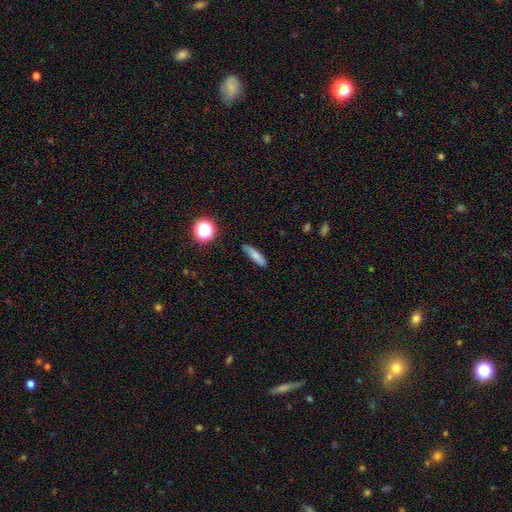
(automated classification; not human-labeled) Morphology: type=smooth (75%); roundness=cigar-shaped (70%); merging=none (78%).